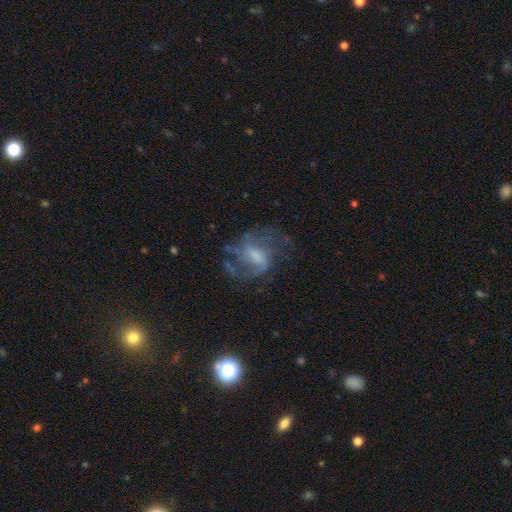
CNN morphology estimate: Smooth or featured? Predicted: featured or disk (p=0.66). Edge-on disk? Predicted: no (p=0.96). Bar? Predicted: weak (p=0.47). Spiral arms? Predicted: yes (p=0.72). Bulge size? Predicted: moderate (p=0.35). Merging? Predicted: none (p=0.47).